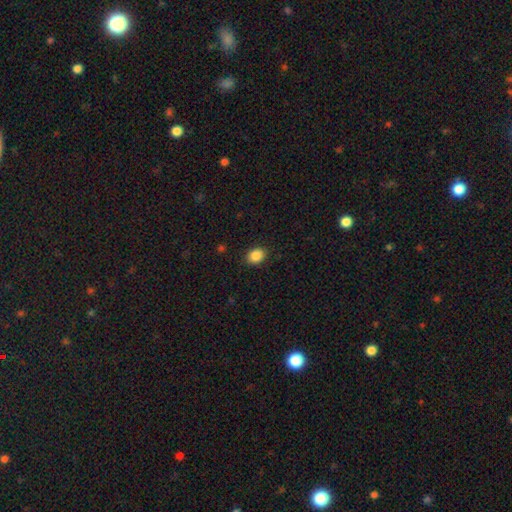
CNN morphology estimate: Smooth or featured?
  - smooth: 87% *
  - star or artifact: 9%
  - featured or disk: 4%
How rounded?
  - in between: 58% *
  - round: 41%
  - cigar-shaped: 1%
Merging?
  - none: 89% *
  - minor disturbance: 8%
  - major disturbance: 2%
  - merger: 1%